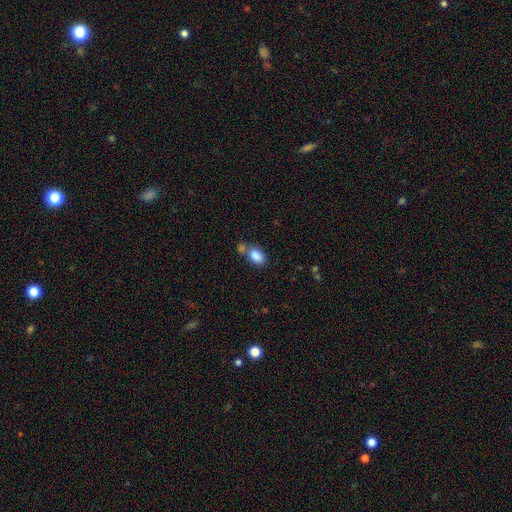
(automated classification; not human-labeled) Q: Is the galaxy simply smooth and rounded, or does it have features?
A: smooth — 86%.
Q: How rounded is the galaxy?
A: in between — 89%.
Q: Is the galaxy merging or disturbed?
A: none — 50%.